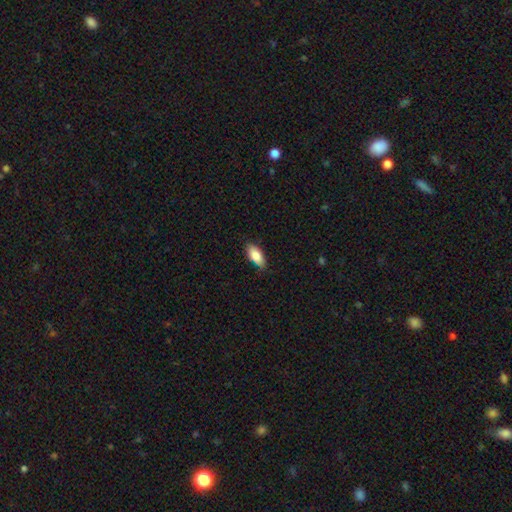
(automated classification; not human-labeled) Smooth or featured?
  - smooth: 84% *
  - featured or disk: 10%
  - star or artifact: 6%
How rounded?
  - in between: 86% *
  - cigar-shaped: 12%
  - round: 2%
Merging?
  - none: 84% *
  - minor disturbance: 13%
  - major disturbance: 2%
  - merger: 1%